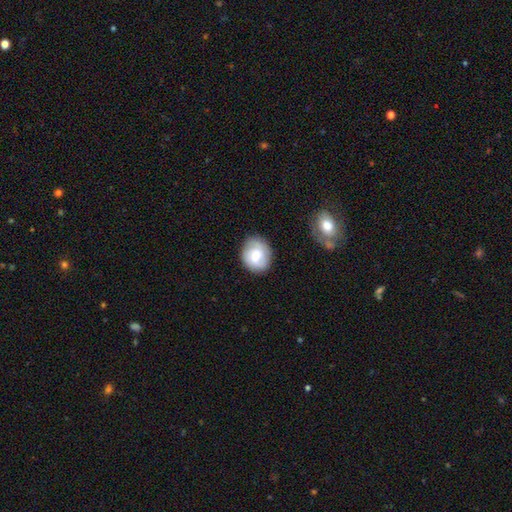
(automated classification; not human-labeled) Smooth or featured: smooth — 52% (featured or disk — 40%)
How rounded: round — 66% (in between — 33%)
Merging: none — 79% (minor disturbance — 16%)